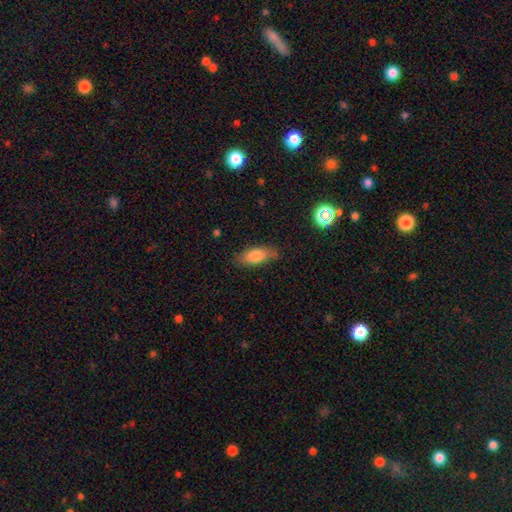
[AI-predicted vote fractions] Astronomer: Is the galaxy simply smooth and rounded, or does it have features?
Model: smooth — 79%.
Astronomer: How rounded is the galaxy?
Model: in between — 81%.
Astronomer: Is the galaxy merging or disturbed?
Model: none — 77%.